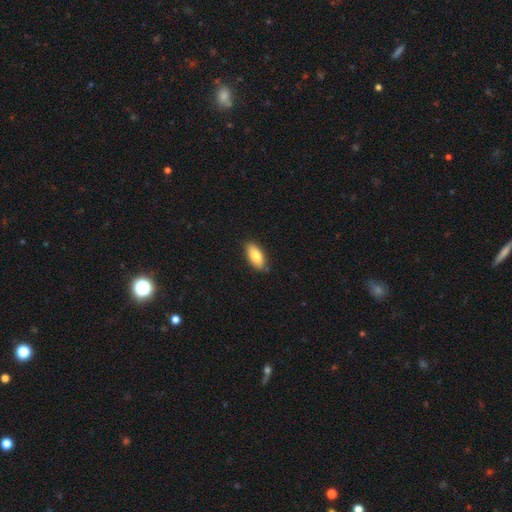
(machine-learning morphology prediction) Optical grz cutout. It shows a smooth galaxy with no disk features (81%) that is in between round and cigar-shaped (86%). Merging: none (85%).